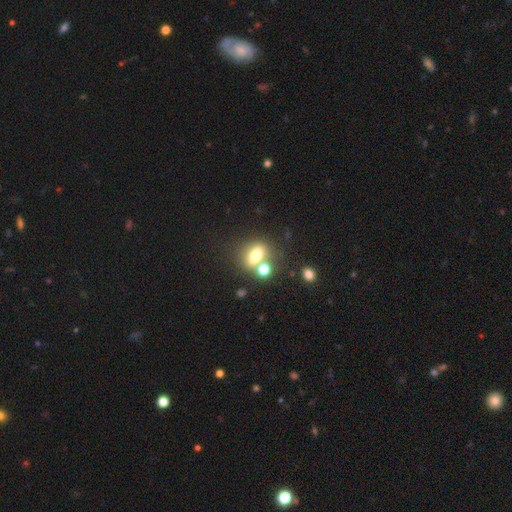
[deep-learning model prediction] smooth 69%, featured or disk 17%, star or artifact 14%. Down the decision tree: how rounded — in between (68%); merging — none (52%).